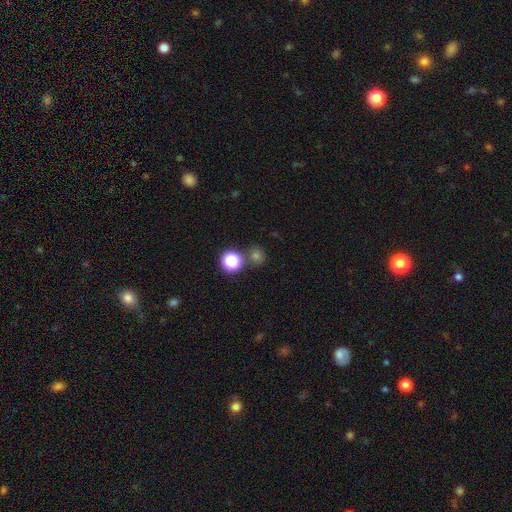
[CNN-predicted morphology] A smooth galaxy with no disk features (64%) that is round (87%).

Vote fractions:
- Smooth or featured? smooth: 64% / star or artifact: 29% / featured or disk: 6%
- How rounded? round: 87% / in between: 12% / cigar-shaped: 1%
- Merging? none: 75% / merger: 13% / minor disturbance: 9% / major disturbance: 3%